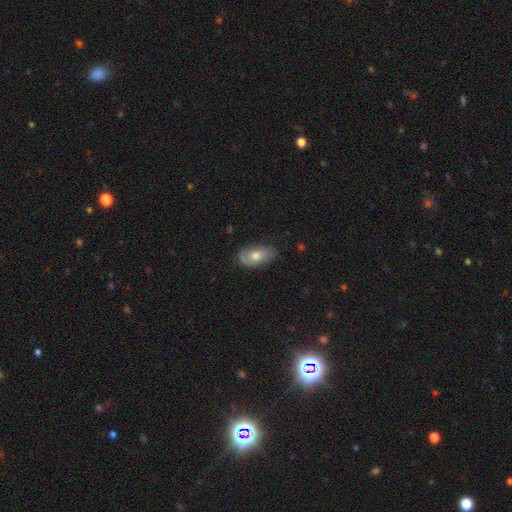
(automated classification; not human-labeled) The model was most divided on "smooth or featured": smooth: 58%, featured or disk: 34%, star or artifact: 8%. More confident: how rounded — in between (91%); merging — none (70%).